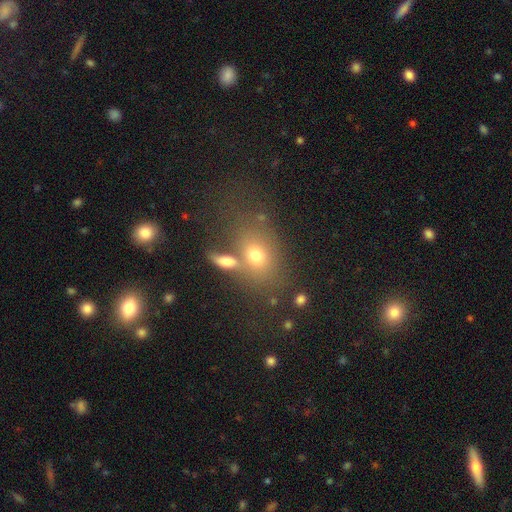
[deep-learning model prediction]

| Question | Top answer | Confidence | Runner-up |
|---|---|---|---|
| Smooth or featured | smooth | 68% | featured or disk (18%) |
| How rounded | in between | 66% | round (32%) |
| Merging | none | 54% | merger (24%) |